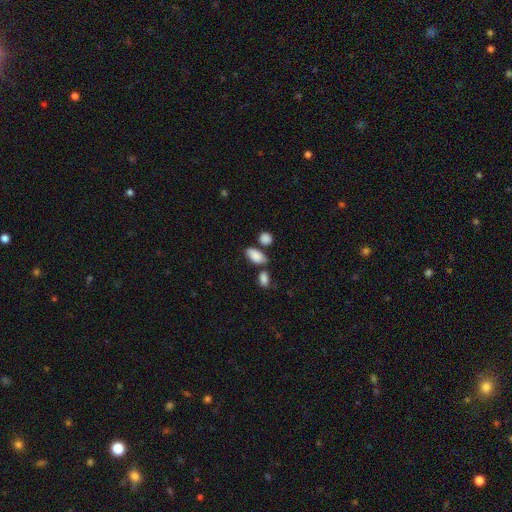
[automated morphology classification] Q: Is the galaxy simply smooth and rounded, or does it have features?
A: smooth — 86%.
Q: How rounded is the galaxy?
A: in between — 90%.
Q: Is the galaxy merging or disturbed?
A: none — 60%.